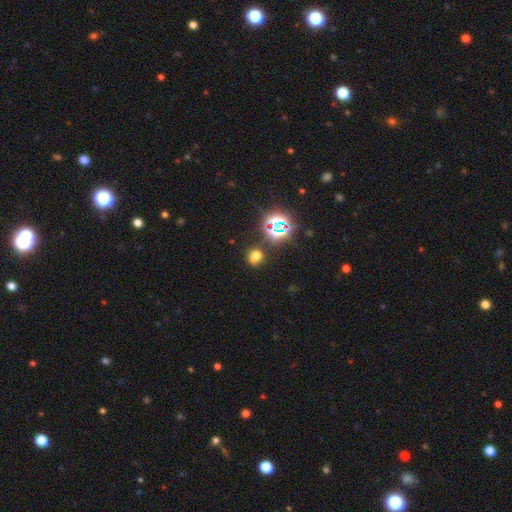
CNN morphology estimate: Smooth or featured? smooth (58%)
How rounded? round (68%)
Merging? none (72%)